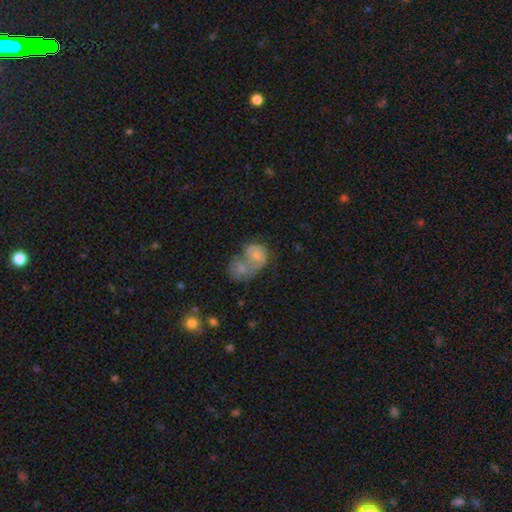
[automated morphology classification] smooth_or_featured: smooth (p=0.53) [alt: featured or disk p=0.39]
how_rounded: in between (p=0.50) [alt: round p=0.48]
merging: merger (p=0.72) [alt: none p=0.13]